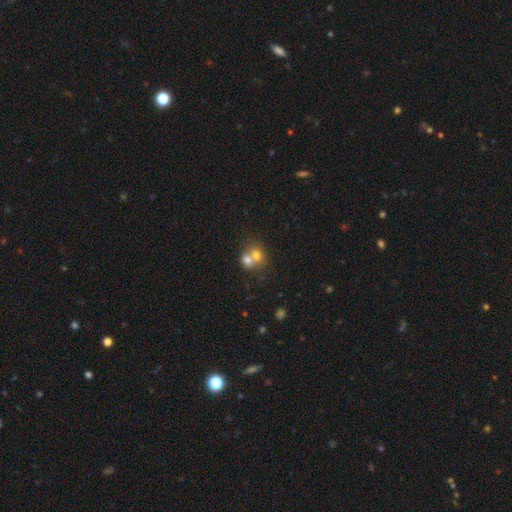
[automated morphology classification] The model was most divided on "merging": merger: 66%, none: 27%, minor disturbance: 5%, major disturbance: 3%. More confident: how rounded — round (71%); smooth or featured — smooth (70%).